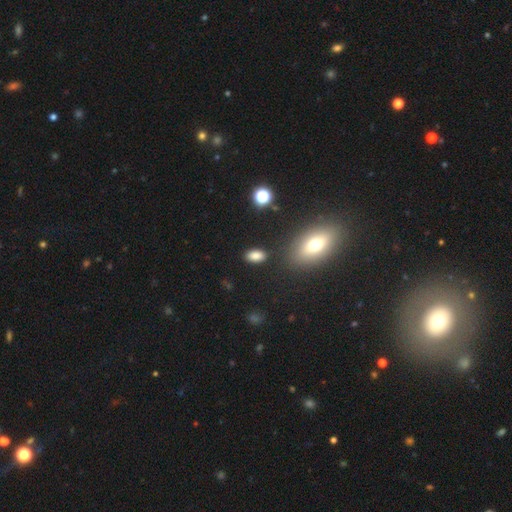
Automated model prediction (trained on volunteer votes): Overall: smooth (83%). How rounded: in between (90%). Merging: none (85%).